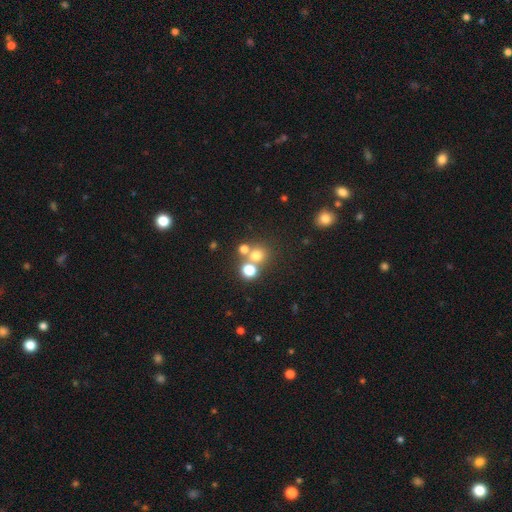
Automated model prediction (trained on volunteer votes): This is likely a smooth galaxy (69%). How rounded: clearly round (86%). Merging: possibly none (57%).